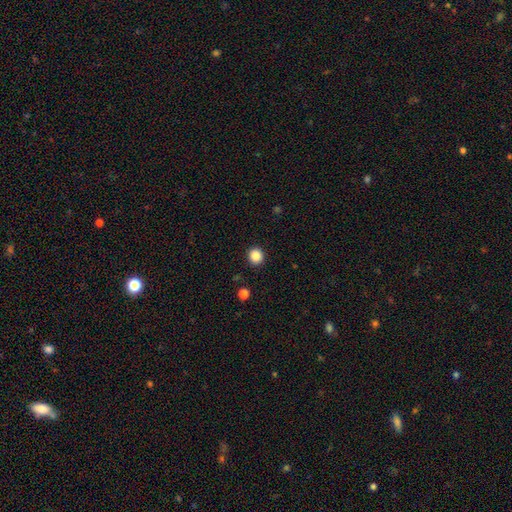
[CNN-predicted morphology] Smooth or featured? smooth (87%)
How rounded? round (88%)
Merging? none (92%)